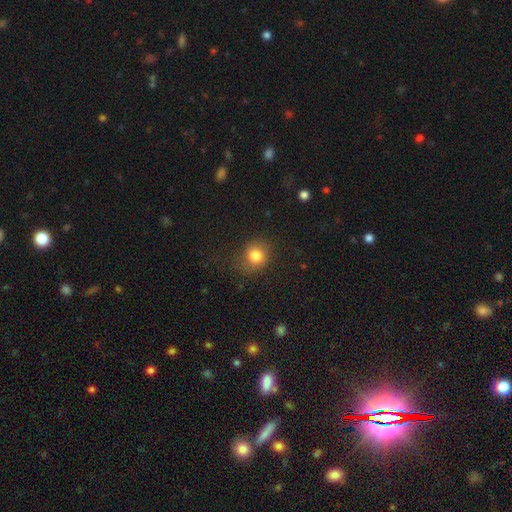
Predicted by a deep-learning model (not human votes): Overall: smooth (82%). How rounded: round (74%). Merging: none (70%).